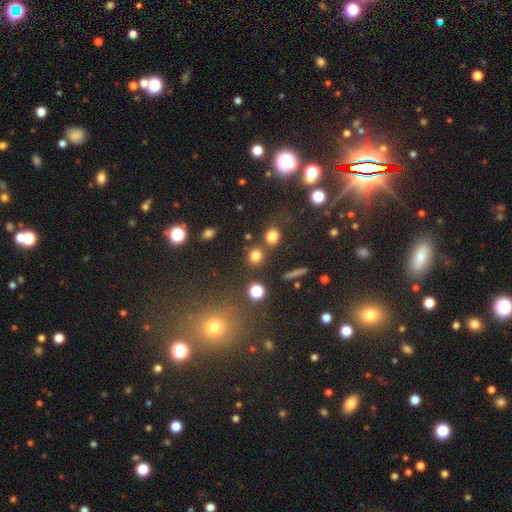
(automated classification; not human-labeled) The model was most divided on "smooth or featured": smooth: 77%, star or artifact: 16%, featured or disk: 7%. More confident: how rounded — round (84%); merging — none (77%).